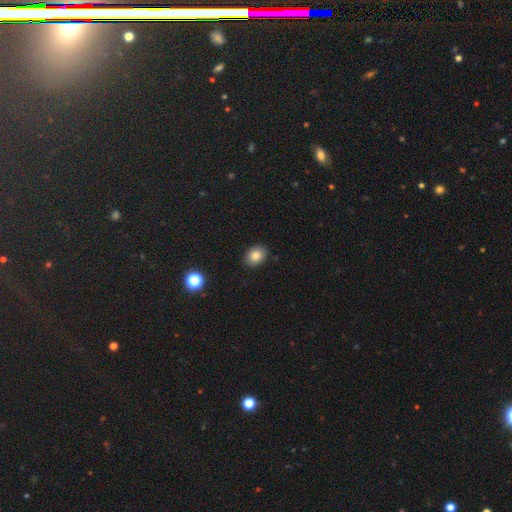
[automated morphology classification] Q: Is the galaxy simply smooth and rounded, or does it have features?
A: smooth — 83%.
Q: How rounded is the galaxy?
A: in between — 65%.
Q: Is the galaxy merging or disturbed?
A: none — 89%.